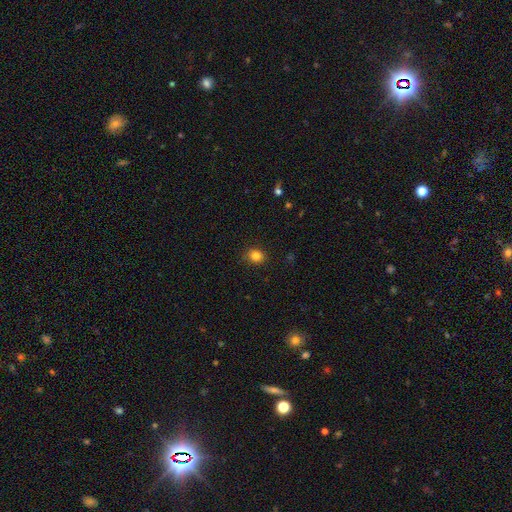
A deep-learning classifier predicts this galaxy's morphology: The model was most divided on "how rounded": round: 66%, in between: 33%, cigar-shaped: 1%. More confident: merging — none (87%); smooth or featured — smooth (83%).